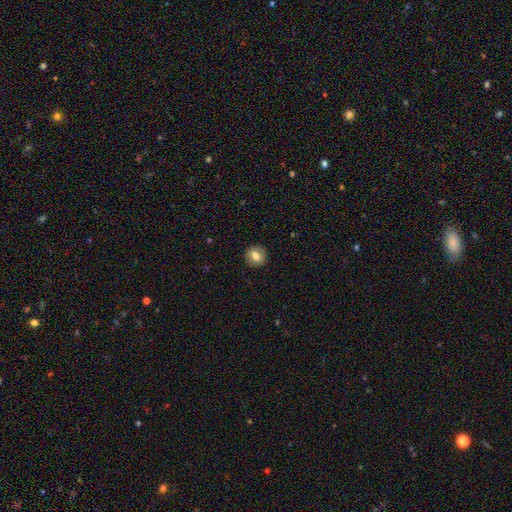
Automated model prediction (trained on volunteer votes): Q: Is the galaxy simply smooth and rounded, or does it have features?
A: smooth — 74%.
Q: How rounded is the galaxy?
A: round — 87%.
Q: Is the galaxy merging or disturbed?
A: none — 90%.